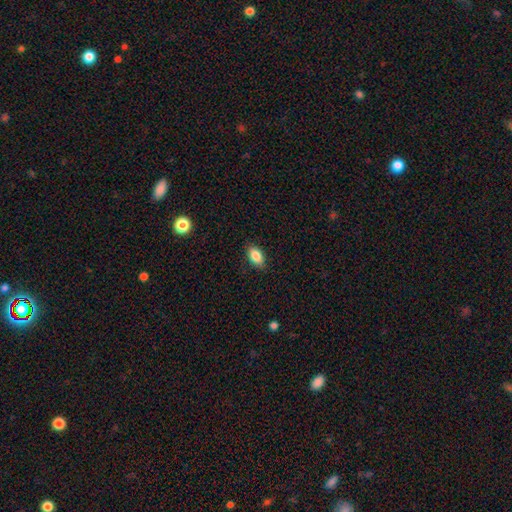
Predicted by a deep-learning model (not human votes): smooth 86%, star or artifact 8%, featured or disk 6%. Down the decision tree: how rounded — in between (90%); merging — none (86%).